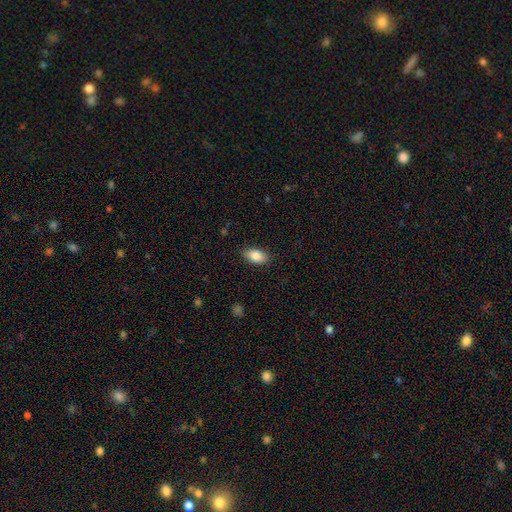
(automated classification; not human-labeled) Smooth or featured: smooth — 86% (star or artifact — 7%)
How rounded: in between — 92% (round — 4%)
Merging: none — 86% (minor disturbance — 10%)